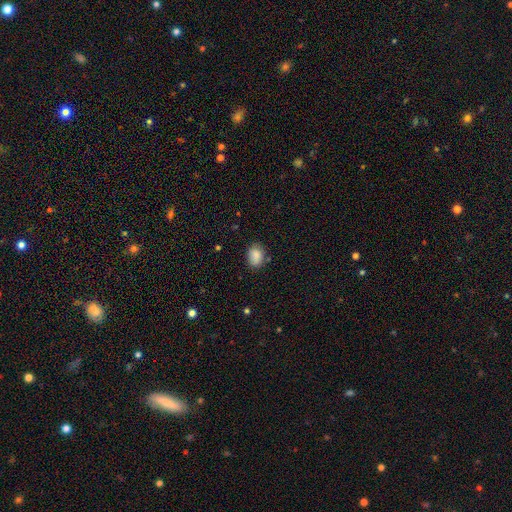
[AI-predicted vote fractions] Smooth or featured? smooth (85%)
How rounded? in between (72%)
Merging? none (75%)